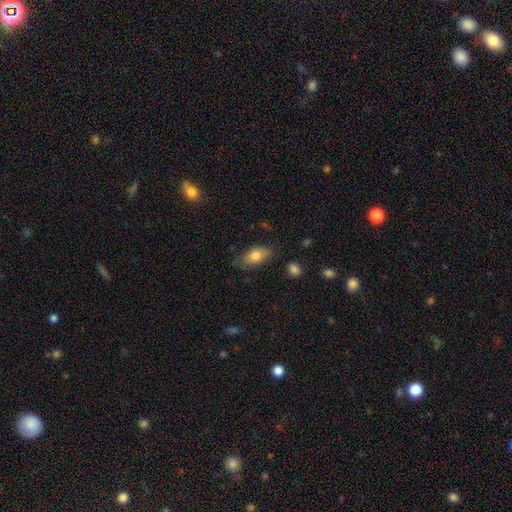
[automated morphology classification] This is likely a smooth galaxy (78%). How rounded: clearly in between (89%). Merging: likely none (69%).